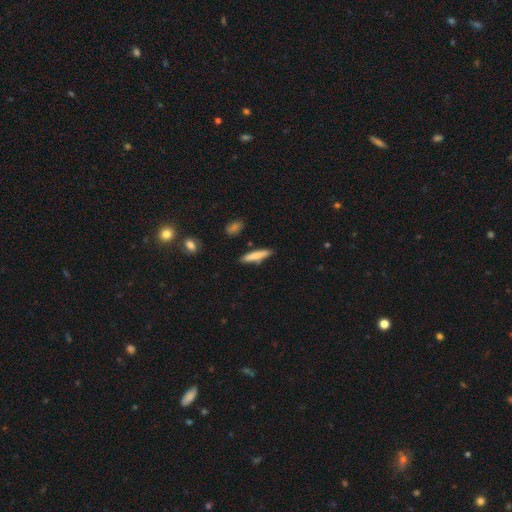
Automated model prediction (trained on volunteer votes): This is likely a smooth galaxy (71%). How rounded: clearly cigar-shaped (86%). Merging: clearly none (86%).